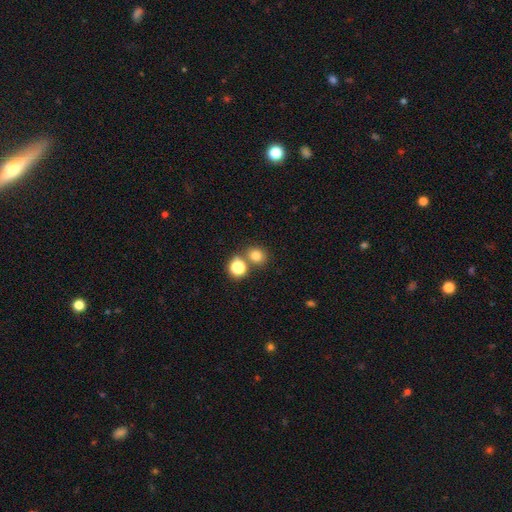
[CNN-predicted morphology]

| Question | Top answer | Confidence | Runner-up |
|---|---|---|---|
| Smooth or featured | smooth | 78% | star or artifact (16%) |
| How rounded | round | 80% | in between (19%) |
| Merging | none | 67% | merger (22%) |